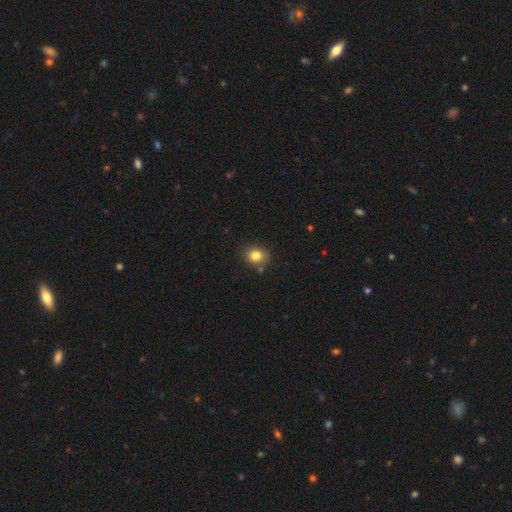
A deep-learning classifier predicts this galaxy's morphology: A smooth galaxy with no disk features (83%) that is round (63%). Merging: none (79%).